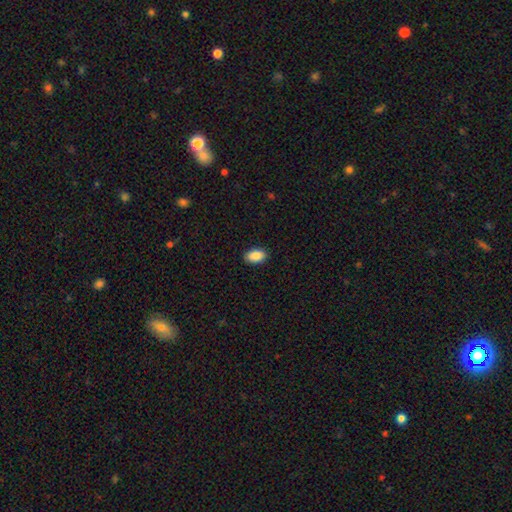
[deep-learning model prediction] A smooth galaxy with no disk features (90%) that is in between round and cigar-shaped (92%). Merging: none (90%).